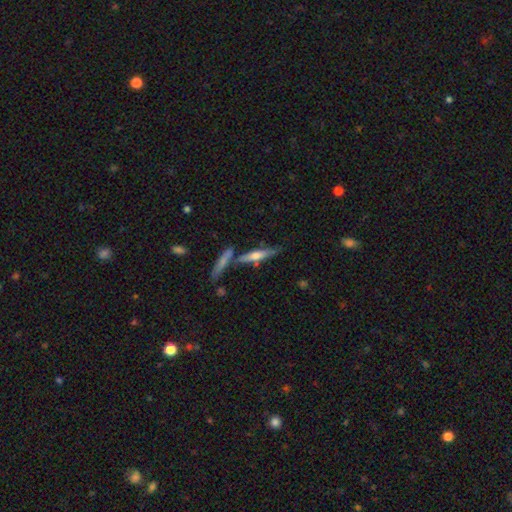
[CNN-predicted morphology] type=featured or disk (50%); merging=none (64%).